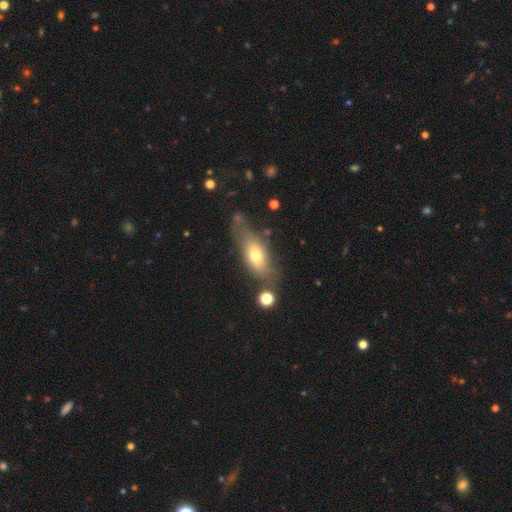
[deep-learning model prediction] This is likely a smooth galaxy (66%). How rounded: likely in between (74%). Merging: possibly none (54%).